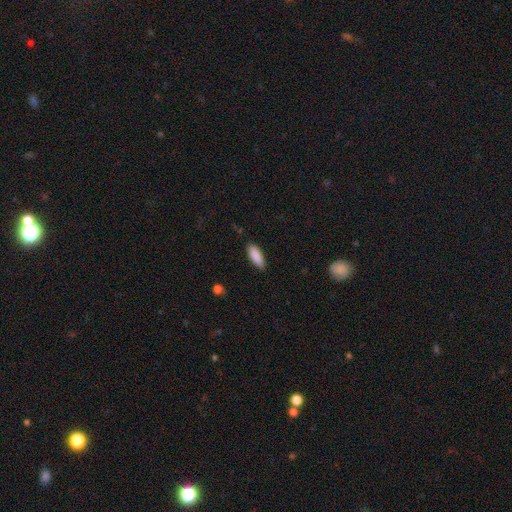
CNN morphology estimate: smooth_or_featured: smooth (p=0.89) [alt: star or artifact p=0.06]
how_rounded: in between (p=0.71) [alt: cigar-shaped p=0.27]
merging: none (p=0.85) [alt: minor disturbance p=0.11]